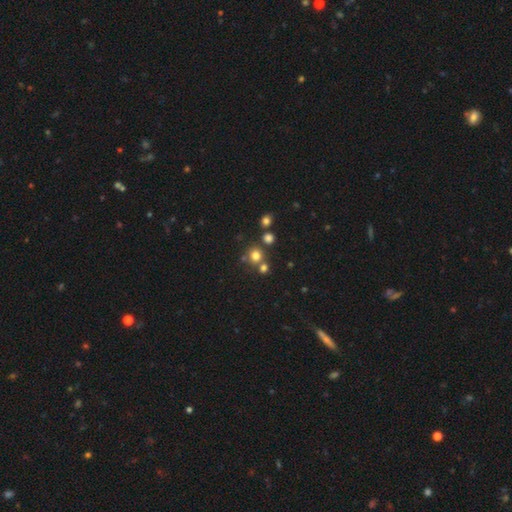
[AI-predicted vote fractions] This appears to be a smooth galaxy with no disk features (74%) that is round (89%). Merging: none (68%).